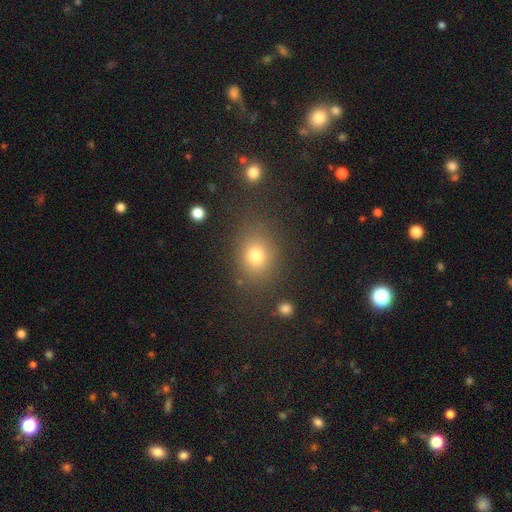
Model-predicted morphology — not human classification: Overall: smooth (75%). How rounded: round (51%; in between 48%). Merging: none (80%).